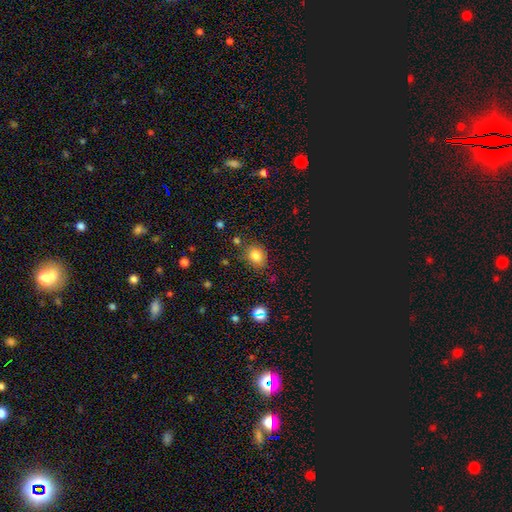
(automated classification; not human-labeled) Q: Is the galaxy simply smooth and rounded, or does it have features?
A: smooth — 81%.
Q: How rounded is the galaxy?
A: round — 60%.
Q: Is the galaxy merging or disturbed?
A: none — 79%.